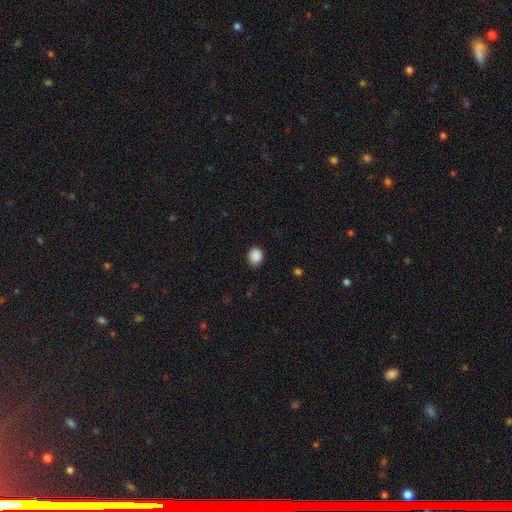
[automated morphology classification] A smooth galaxy with no disk features (89%) that is round (69%).

Vote fractions:
- Smooth or featured? smooth: 89% / star or artifact: 9% / featured or disk: 2%
- How rounded? round: 69% / in between: 30% / cigar-shaped: 1%
- Merging? none: 87% / minor disturbance: 10% / major disturbance: 2% / merger: 1%